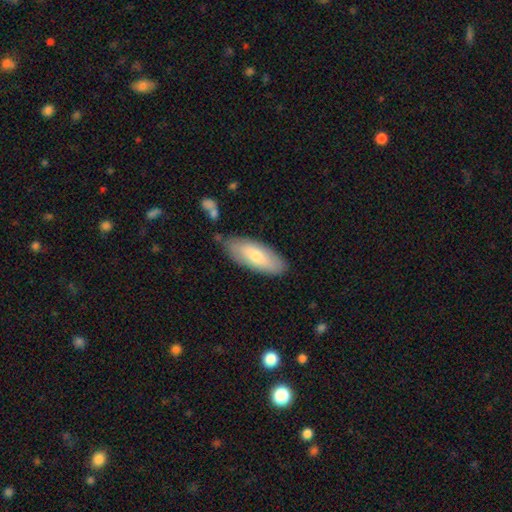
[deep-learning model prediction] A smooth galaxy with no disk features (66%) that is in between round and cigar-shaped (74%).

Vote fractions:
- Smooth or featured? smooth: 66% / featured or disk: 28% / star or artifact: 6%
- How rounded? in between: 74% / cigar-shaped: 24% / round: 2%
- Merging? none: 80% / minor disturbance: 14% / major disturbance: 3% / merger: 3%